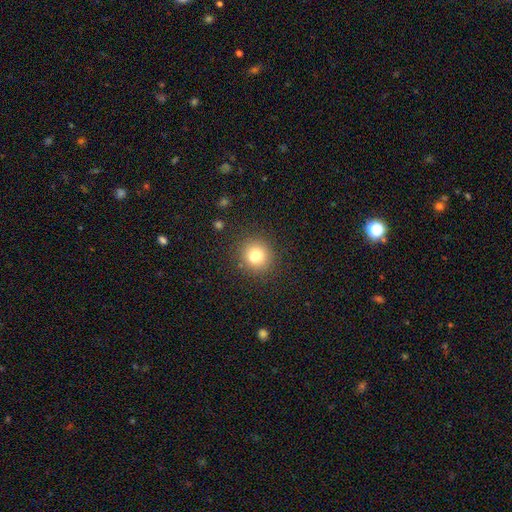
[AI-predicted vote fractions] Smooth or featured? smooth (79%)
How rounded? round (87%)
Merging? none (85%)